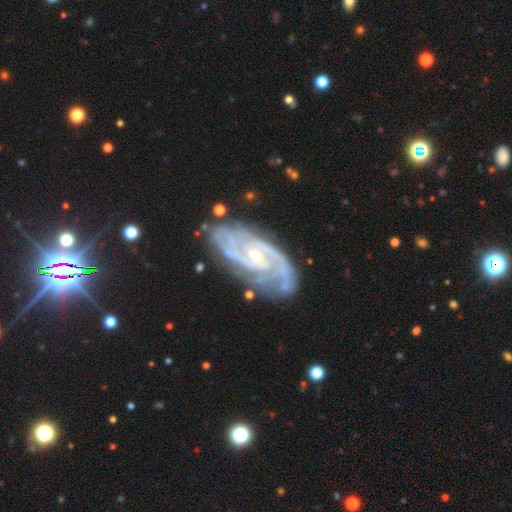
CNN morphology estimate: Smooth or featured?
  - featured or disk: 92% *
  - star or artifact: 5%
  - smooth: 4%
Edge-on disk?
  - no: 95% *
  - yes: 5%
Bar?
  - no: 45% *
  - weak: 40%
  - strong: 15%
Spiral arms?
  - yes: 98% *
  - no: 2%
Spiral winding?
  - tight: 56% *
  - medium: 38%
  - loose: 7%
Spiral arm count?
  - 2: 49% *
  - 3: 21%
  - can't tell: 14%
  - 4: 7%
  - more than 4: 5%
  - 1: 5%
Bulge size?
  - small: 60% *
  - moderate: 37%
  - large: 1%
  - none: 1%
  - dominant: 1%
Merging?
  - none: 72% *
  - minor disturbance: 19%
  - major disturbance: 7%
  - merger: 2%